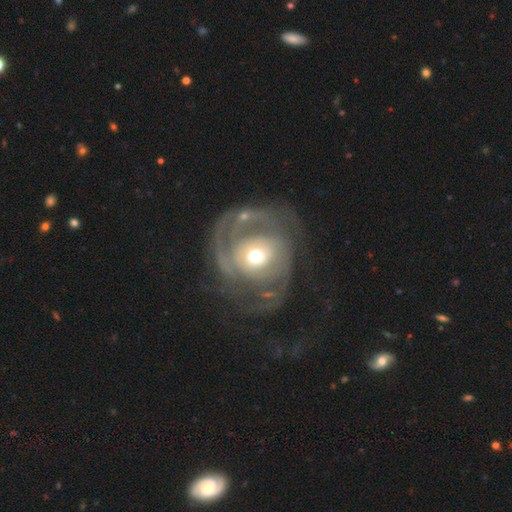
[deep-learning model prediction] Smooth or featured? Predicted: featured or disk (p=0.75). Edge-on disk? Predicted: no (p=0.97). Bar? Predicted: no (p=0.76). Spiral arms? Predicted: yes (p=0.72). Spiral winding? Predicted: tight (p=0.41). Spiral arm count? Predicted: 2 (p=0.38). Bulge size? Predicted: moderate (p=0.63). Merging? Predicted: none (p=0.41).